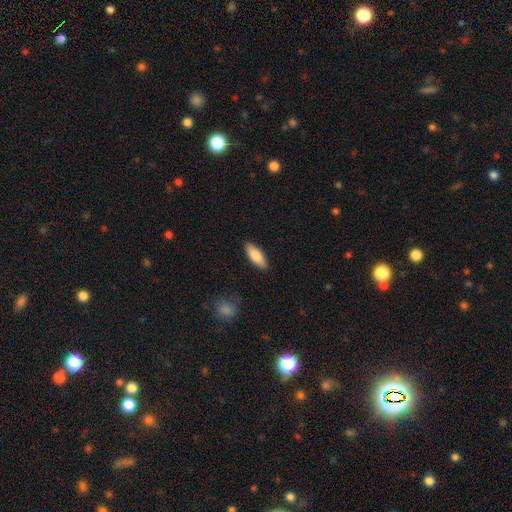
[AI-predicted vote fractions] Overall: smooth (83%). How rounded: in between (69%; cigar-shaped 29%). Merging: none (87%).